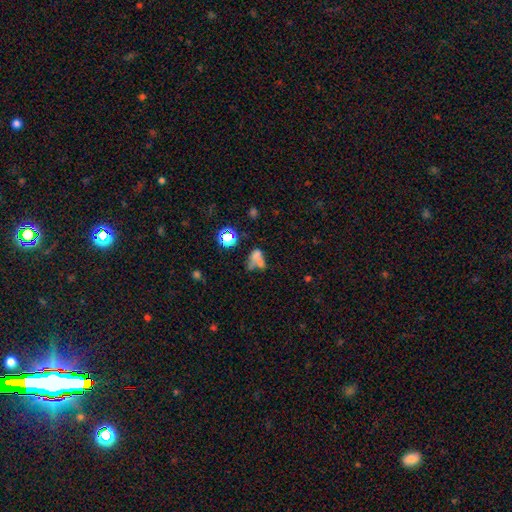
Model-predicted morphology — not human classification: This appears to be a smooth galaxy with no disk features (56%) that is in between round and cigar-shaped (70%). Merging: merger (50%).